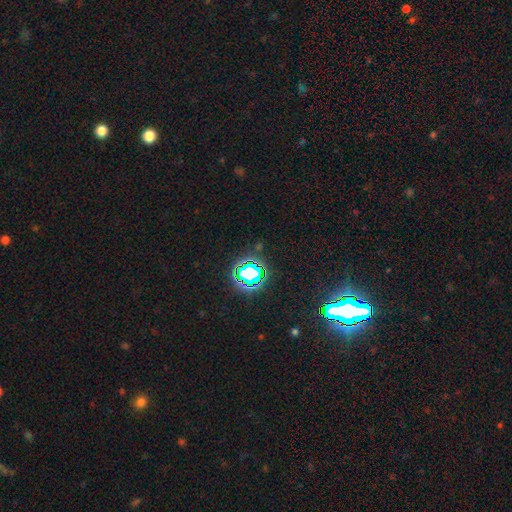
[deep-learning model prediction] Smooth or featured? star or artifact (82%)